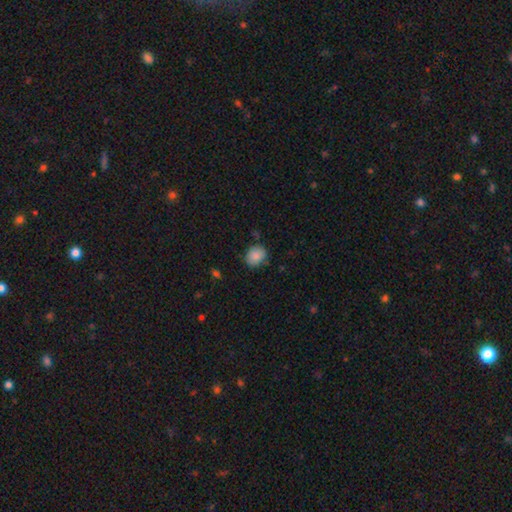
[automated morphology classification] The model was most divided on "how rounded": round: 54%, in between: 46%, cigar-shaped: 1%. More confident: smooth or featured — smooth (87%); merging — none (79%).